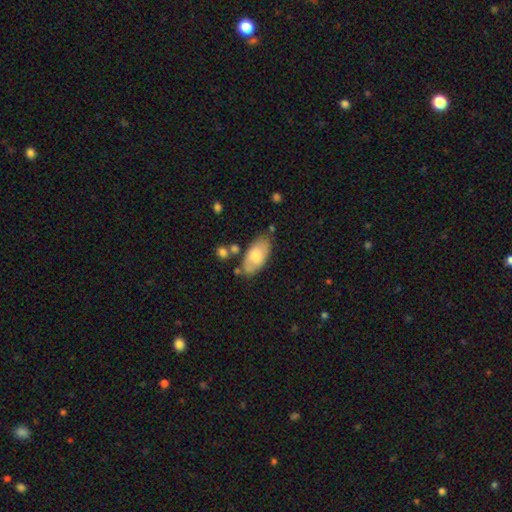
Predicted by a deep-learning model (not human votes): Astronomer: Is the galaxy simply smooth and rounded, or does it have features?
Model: smooth — 69%.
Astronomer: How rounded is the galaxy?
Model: in between — 93%.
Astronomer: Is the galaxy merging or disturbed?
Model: none — 70%.